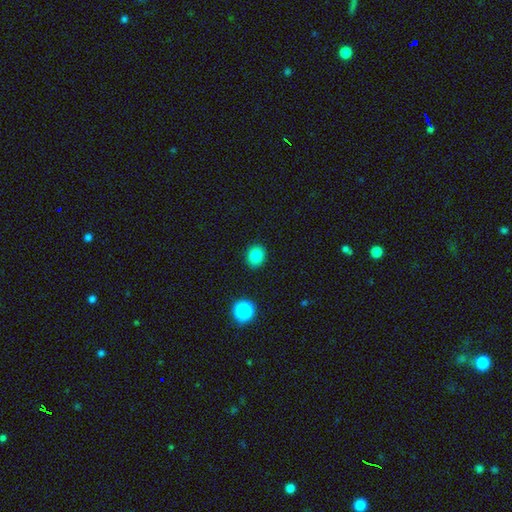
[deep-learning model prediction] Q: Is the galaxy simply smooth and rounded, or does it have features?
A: smooth — 82%.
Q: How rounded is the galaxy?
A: round — 71%.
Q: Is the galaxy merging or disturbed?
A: none — 90%.